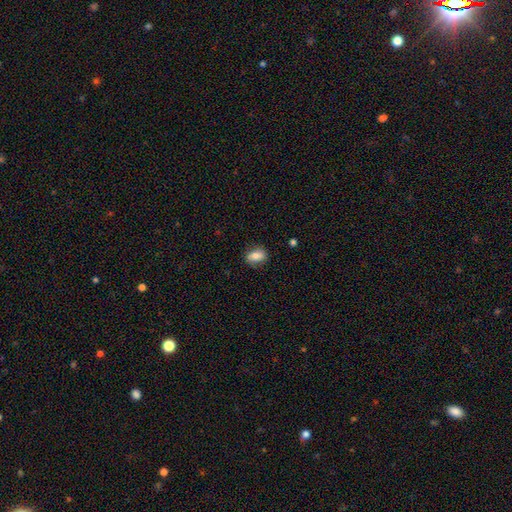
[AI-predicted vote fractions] The model was most divided on "how rounded": in between: 75%, round: 23%, cigar-shaped: 2%. More confident: merging — none (80%); smooth or featured — smooth (75%).